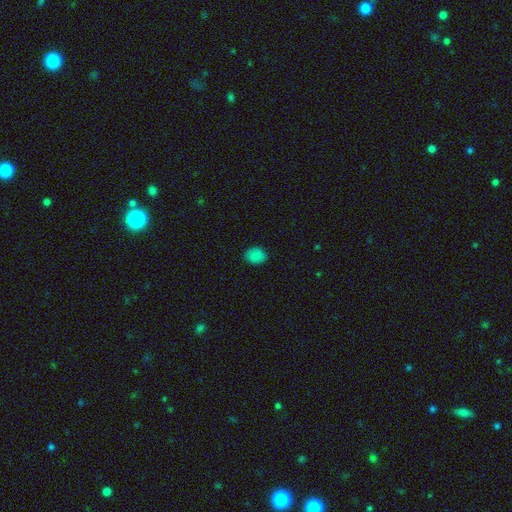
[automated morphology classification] type=smooth (84%); roundness=round (52%); merging=none (86%).